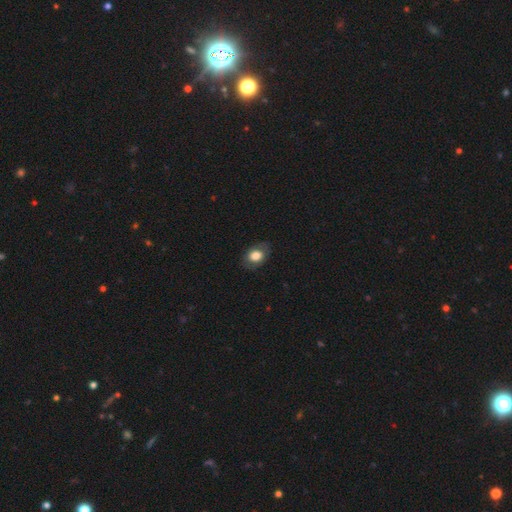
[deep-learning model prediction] smooth-or-featured: smooth: 73% | featured or disk: 20% | star or artifact: 7%
  how-rounded: in between: 74% | round: 24% | cigar-shaped: 1%
  merging: none: 79% | minor disturbance: 15% | major disturbance: 5% | merger: 1%